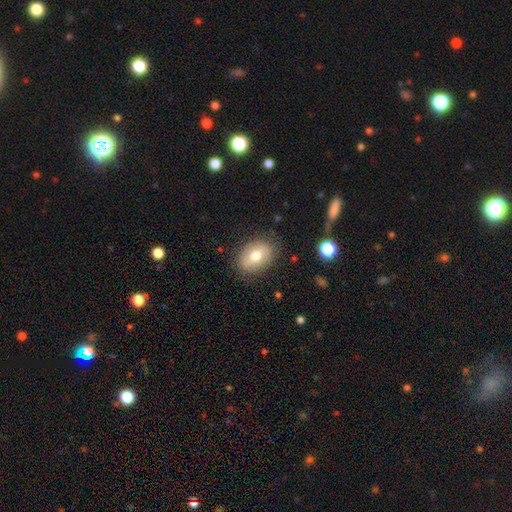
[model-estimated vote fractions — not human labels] Smooth or featured? Predicted: smooth (p=0.64). How rounded? Predicted: in between (p=0.74). Merging? Predicted: none (p=0.82).